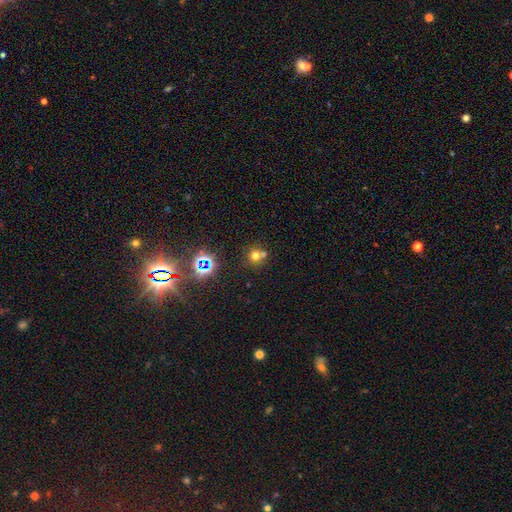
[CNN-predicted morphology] smooth 63%, star or artifact 26%, featured or disk 11%. Down the decision tree: how rounded — round (89%); merging — none (59%).